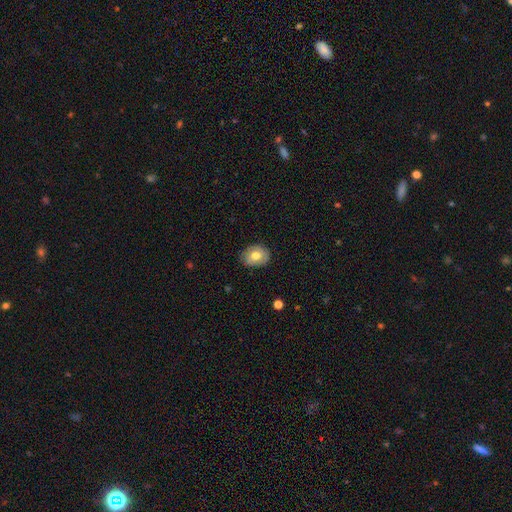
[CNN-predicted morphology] A smooth galaxy with no disk features (67%) that is in between round and cigar-shaped (60%).

Vote fractions:
- Smooth or featured? smooth: 67% / featured or disk: 26% / star or artifact: 8%
- How rounded? in between: 60% / round: 39% / cigar-shaped: 1%
- Merging? none: 82% / minor disturbance: 14% / major disturbance: 3% / merger: 1%